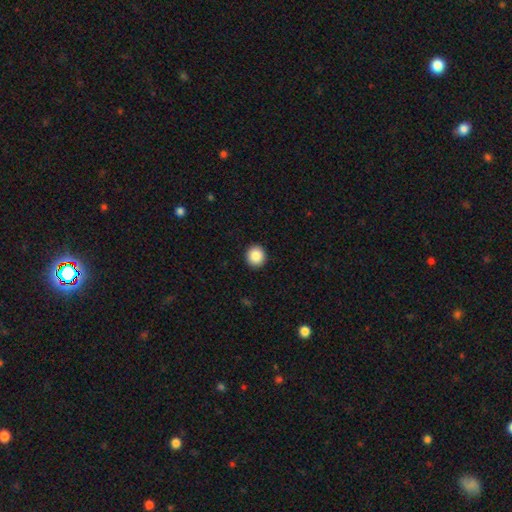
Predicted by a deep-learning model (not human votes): This is clearly a smooth galaxy (88%). How rounded: clearly round (90%). Merging: clearly none (93%).